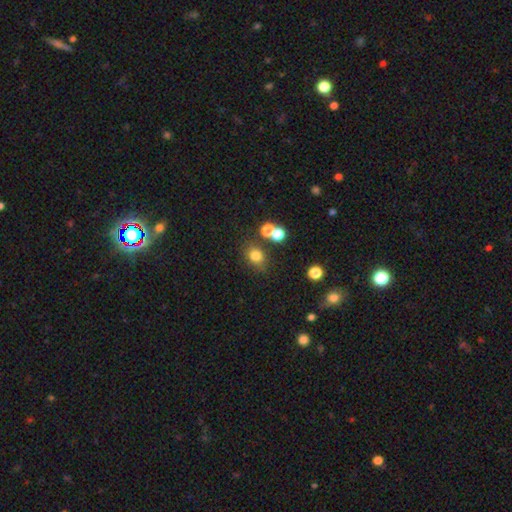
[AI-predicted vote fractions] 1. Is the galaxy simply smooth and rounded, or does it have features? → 77% smooth, 15% star or artifact, 8% featured or disk.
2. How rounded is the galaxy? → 60% round, 39% in between, 1% cigar-shaped.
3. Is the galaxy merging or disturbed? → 70% none, 13% merger, 13% minor disturbance, 5% major disturbance.